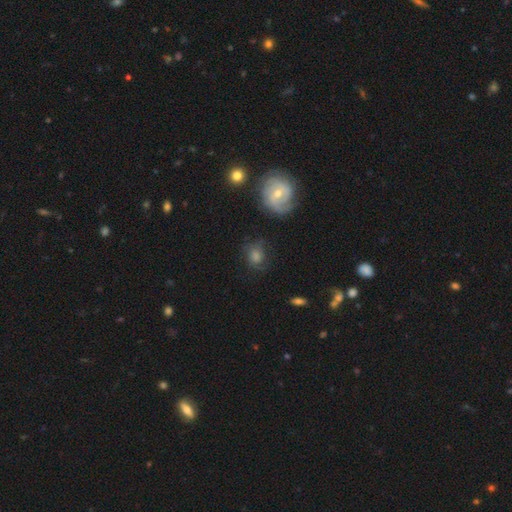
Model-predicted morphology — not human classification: Smooth or featured? Predicted: smooth (p=0.49). Merging? Predicted: none (p=0.74).